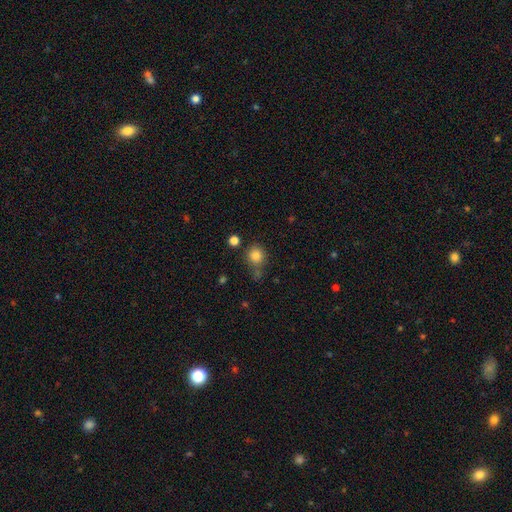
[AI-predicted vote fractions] smooth-or-featured: smooth: 83% | star or artifact: 12% | featured or disk: 5%
  how-rounded: round: 88% | in between: 11% | cigar-shaped: 1%
  merging: none: 68% | minor disturbance: 15% | merger: 12% | major disturbance: 5%